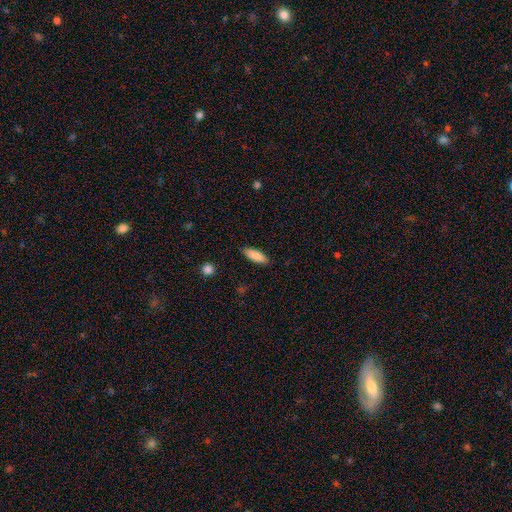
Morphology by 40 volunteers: Q: Smooth or featured?
A: smooth (92%); runner-up: star or artifact (8%)
Q: How rounded?
A: in between (73%); runner-up: cigar-shaped (24%)
Q: Merging?
A: none (84%); runner-up: minor disturbance (11%)